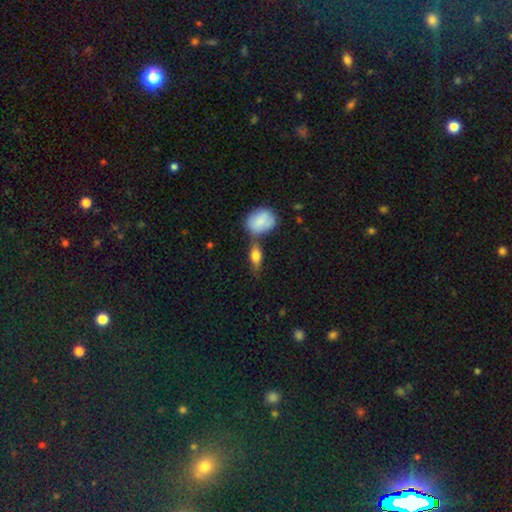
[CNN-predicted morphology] This appears to be a smooth galaxy with no disk features (68%) that is in between round and cigar-shaped (73%). Merging: none (53%).